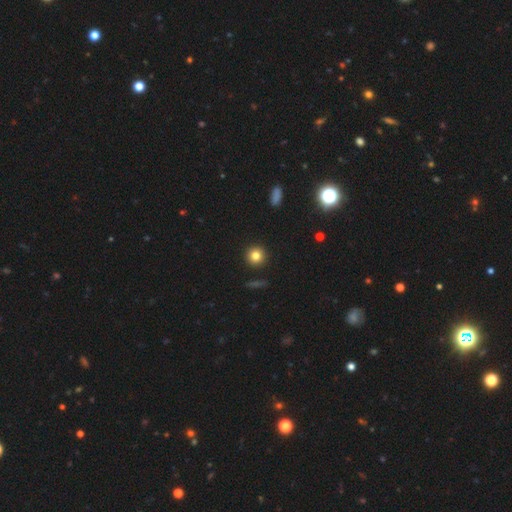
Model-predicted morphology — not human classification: smooth-or-featured: smooth: 81% | star or artifact: 11% | featured or disk: 7%
  how-rounded: round: 94% | in between: 5% | cigar-shaped: 1%
  merging: none: 92% | minor disturbance: 5% | major disturbance: 2% | merger: 1%